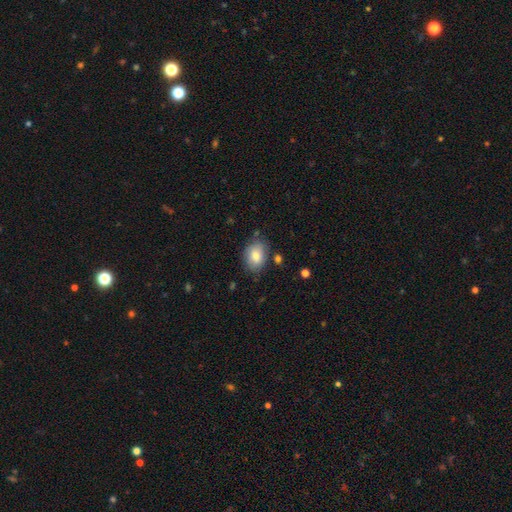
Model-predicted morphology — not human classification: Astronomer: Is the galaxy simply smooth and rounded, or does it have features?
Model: smooth — 81%.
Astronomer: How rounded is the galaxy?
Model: in between — 74%.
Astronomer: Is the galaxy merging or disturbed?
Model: none — 75%.